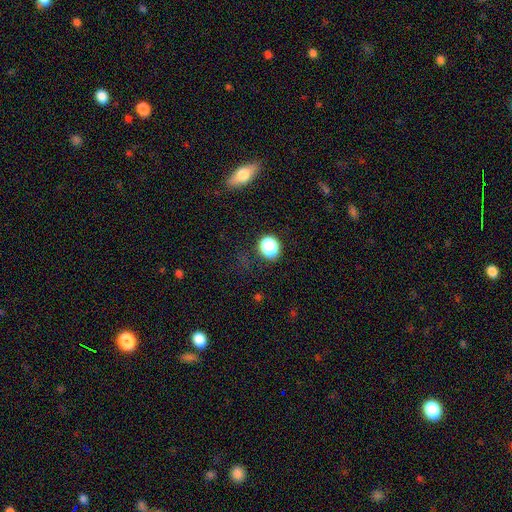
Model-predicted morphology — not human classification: smooth_or_featured: smooth (p=0.46) [alt: star or artifact p=0.37]
merging: none (p=0.79) [alt: minor disturbance p=0.10]